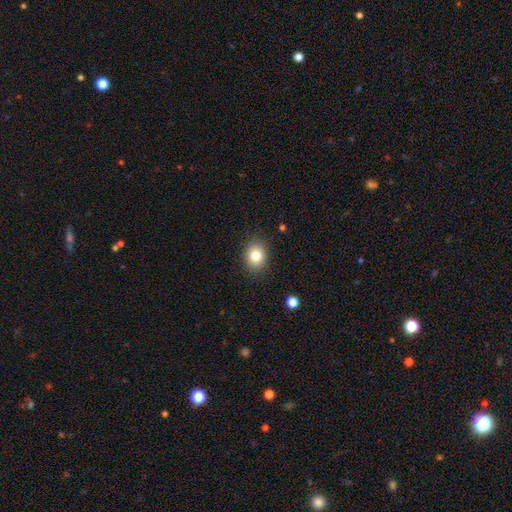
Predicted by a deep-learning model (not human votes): This appears to be a smooth galaxy with no disk features (82%) that is in between round and cigar-shaped (51%). Merging: none (87%).